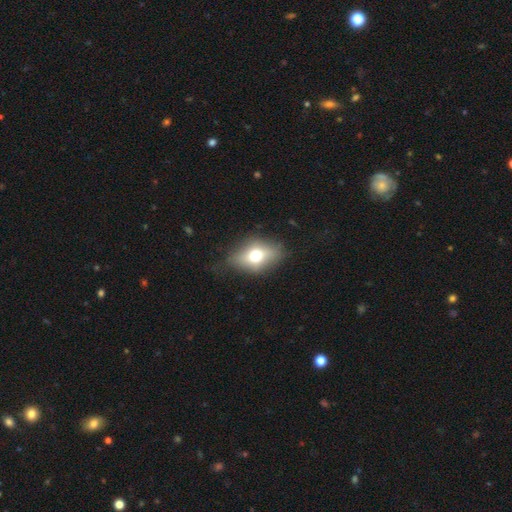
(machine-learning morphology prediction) Smooth or featured?
  - smooth: 62% *
  - featured or disk: 27%
  - star or artifact: 10%
How rounded?
  - in between: 74% *
  - round: 22%
  - cigar-shaped: 4%
Merging?
  - none: 72% *
  - minor disturbance: 19%
  - major disturbance: 7%
  - merger: 1%